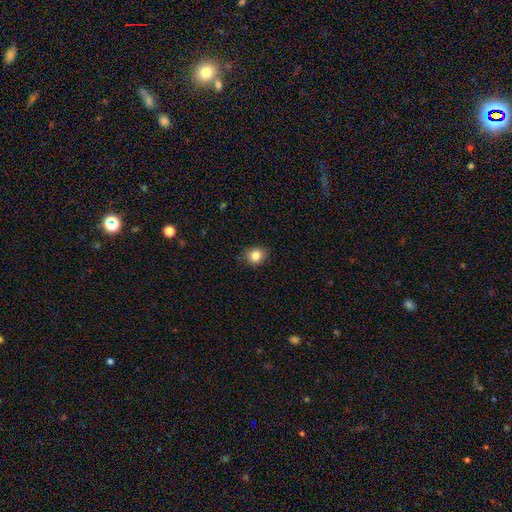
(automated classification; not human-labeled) Smooth or featured? smooth (84%)
How rounded? round (70%)
Merging? none (88%)